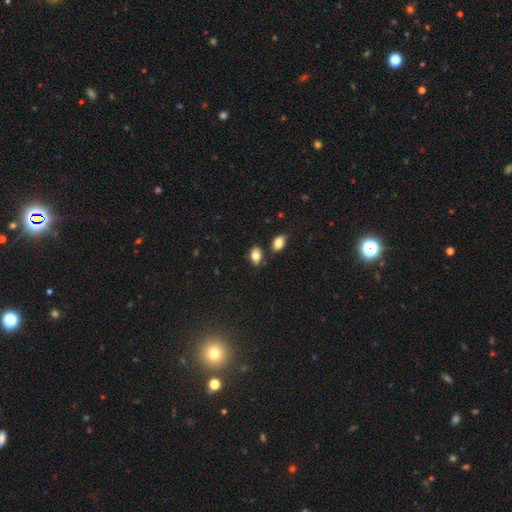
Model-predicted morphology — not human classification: Overall: smooth (81%). How rounded: in between (83%). Merging: none (71%).